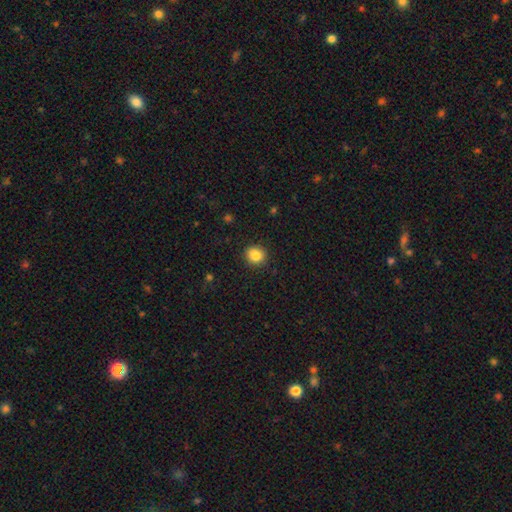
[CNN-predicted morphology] A smooth galaxy with no disk features (84%) that is round (81%). Merging: none (89%).